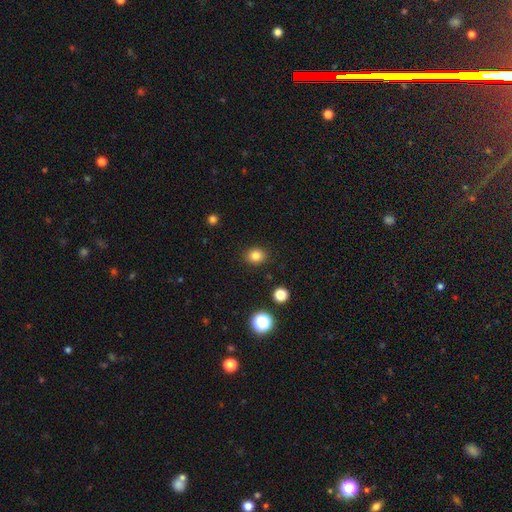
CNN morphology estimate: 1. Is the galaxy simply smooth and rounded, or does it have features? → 83% smooth, 12% star or artifact, 5% featured or disk.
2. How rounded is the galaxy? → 62% round, 37% in between, 1% cigar-shaped.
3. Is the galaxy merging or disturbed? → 89% none, 7% minor disturbance, 2% major disturbance, 1% merger.